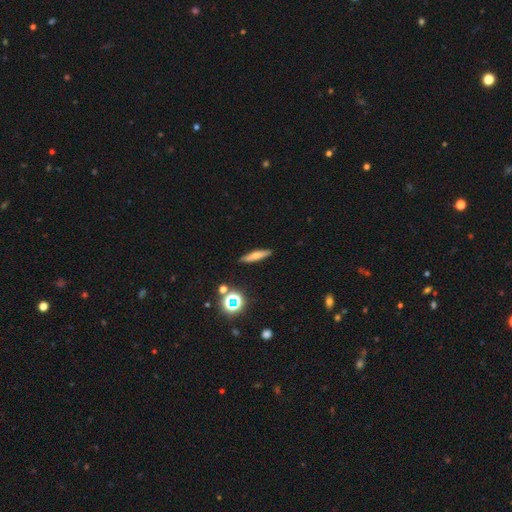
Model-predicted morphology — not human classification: The model was most divided on "smooth or featured": smooth: 61%, featured or disk: 27%, star or artifact: 12%. More confident: merging — none (89%); how rounded — cigar-shaped (79%).